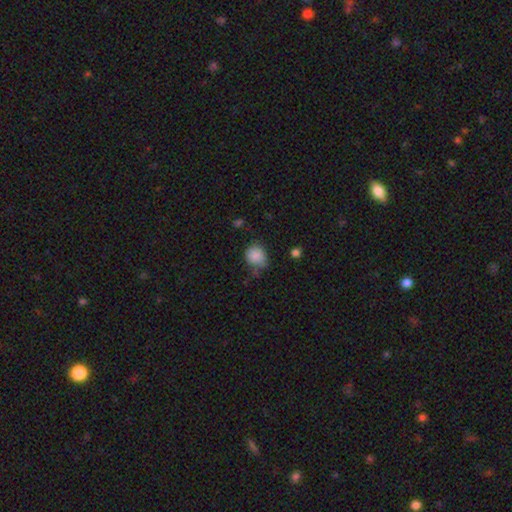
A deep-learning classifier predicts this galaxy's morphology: A smooth galaxy with no disk features (86%) that is round (70%).

Vote fractions:
- Smooth or featured? smooth: 86% / star or artifact: 9% / featured or disk: 5%
- How rounded? round: 70% / in between: 29% / cigar-shaped: 1%
- Merging? none: 58% / minor disturbance: 30% / major disturbance: 8% / merger: 4%